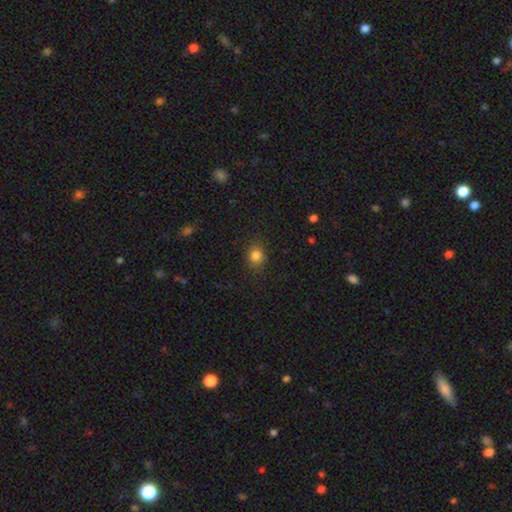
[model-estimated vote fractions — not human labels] This is clearly a smooth galaxy (82%). How rounded: likely round (72%). Merging: clearly none (84%).